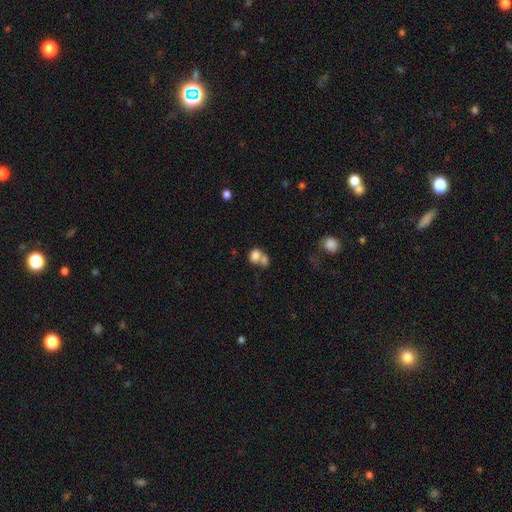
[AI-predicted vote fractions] The model was most divided on "how rounded": in between: 53%, round: 46%, cigar-shaped: 1%. More confident: smooth or featured — smooth (78%); merging — merger (59%).